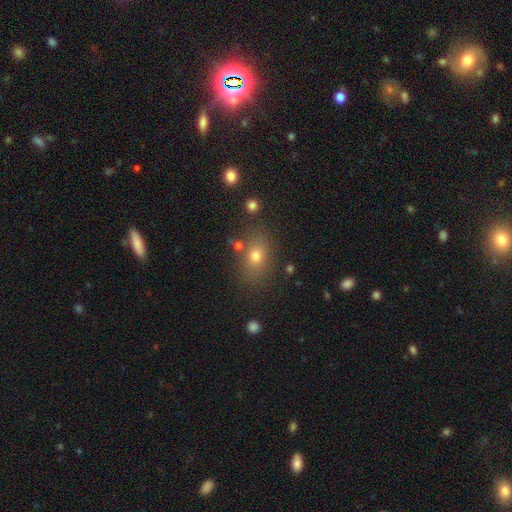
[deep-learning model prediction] smooth-or-featured: smooth: 72% | star or artifact: 15% | featured or disk: 13%
  how-rounded: in between: 68% | round: 29% | cigar-shaped: 2%
  merging: none: 79% | minor disturbance: 12% | merger: 6% | major disturbance: 4%